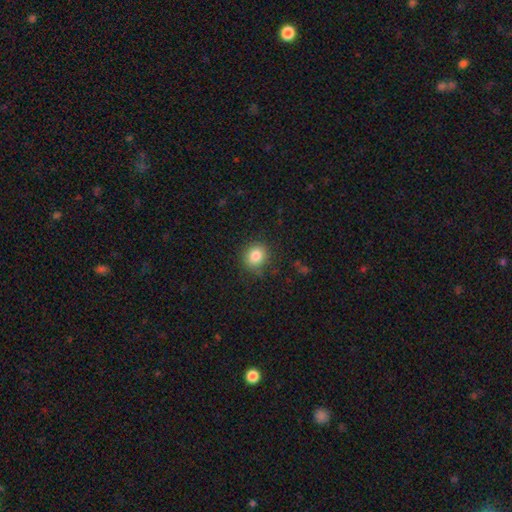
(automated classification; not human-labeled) This appears to be a smooth galaxy with no disk features (84%) that is round (76%). Merging: none (83%).